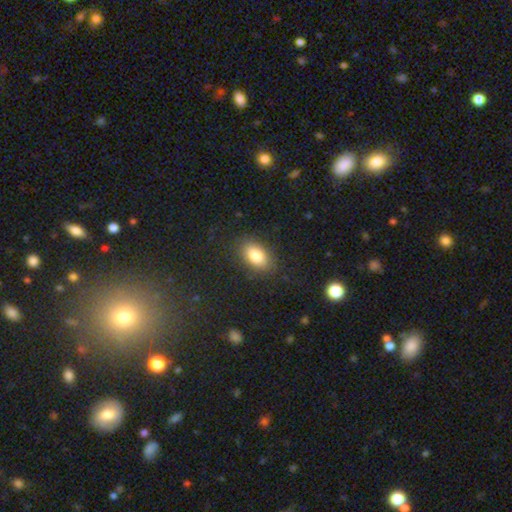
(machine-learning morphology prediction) type=smooth (82%); roundness=in between (90%); merging=none (84%).